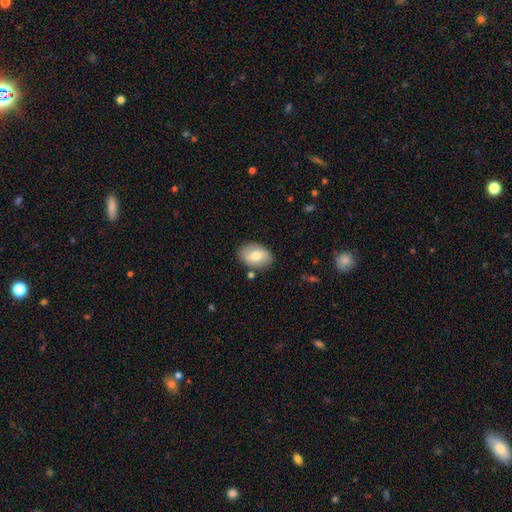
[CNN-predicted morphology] A smooth galaxy with no disk features (73%) that is in between round and cigar-shaped (81%). Merging: none (83%).